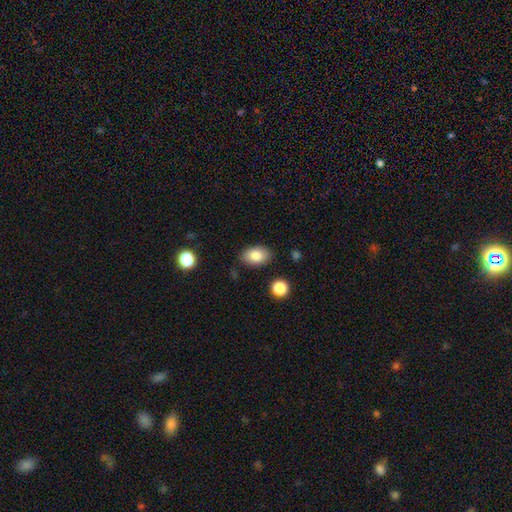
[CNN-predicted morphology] A smooth galaxy with no disk features (84%) that is in between round and cigar-shaped (87%). Merging: none (85%).